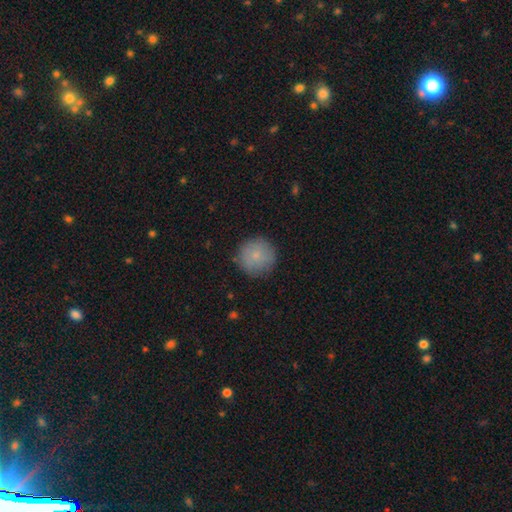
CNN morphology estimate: type=smooth (82%); roundness=round (95%); merging=none (86%).